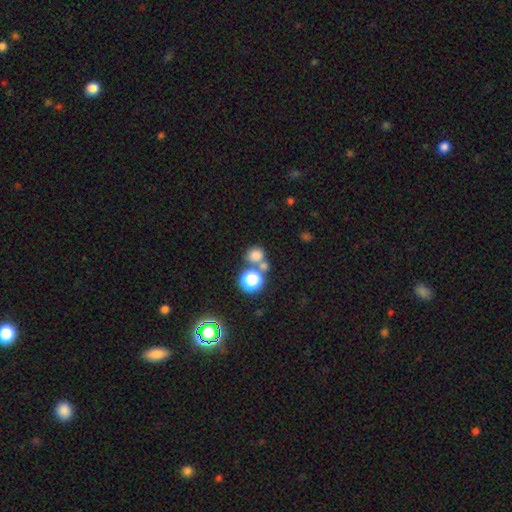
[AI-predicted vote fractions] Q: Smooth or featured?
A: smooth (75%); runner-up: star or artifact (18%)
Q: How rounded?
A: round (77%); runner-up: in between (22%)
Q: Merging?
A: none (51%); runner-up: merger (35%)